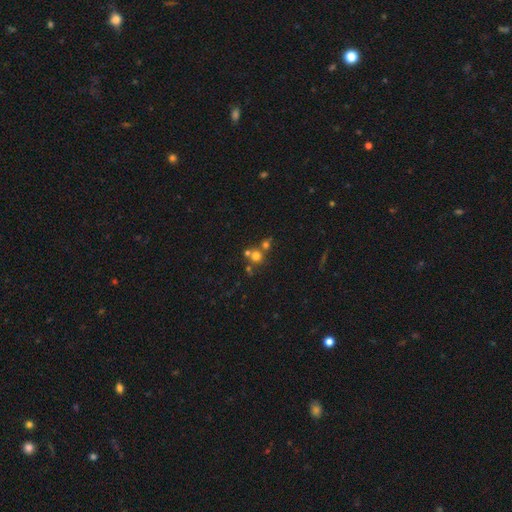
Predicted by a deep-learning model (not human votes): This is likely a smooth galaxy (64%). How rounded: clearly round (88%). Merging: possibly none (52%).